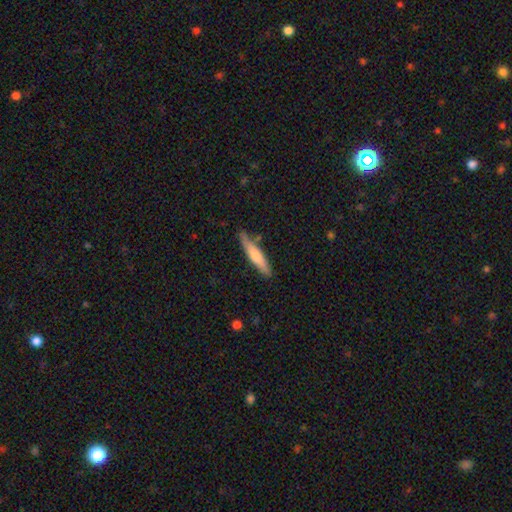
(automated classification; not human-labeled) Morphology: type=smooth (66%); roundness=cigar-shaped (87%); merging=none (77%).